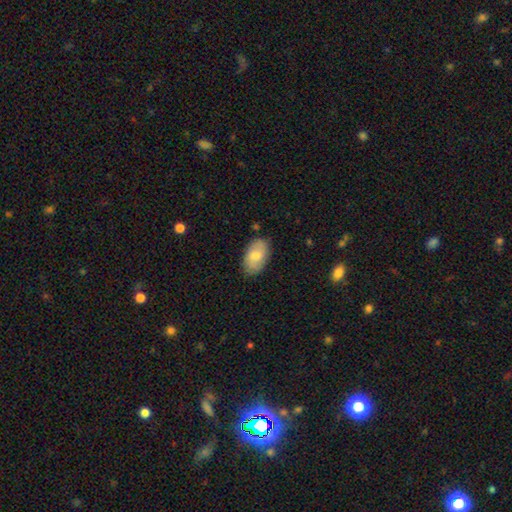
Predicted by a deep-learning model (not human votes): Q: Smooth or featured?
A: smooth (71%); runner-up: featured or disk (23%)
Q: How rounded?
A: in between (93%); runner-up: round (5%)
Q: Merging?
A: none (82%); runner-up: minor disturbance (14%)